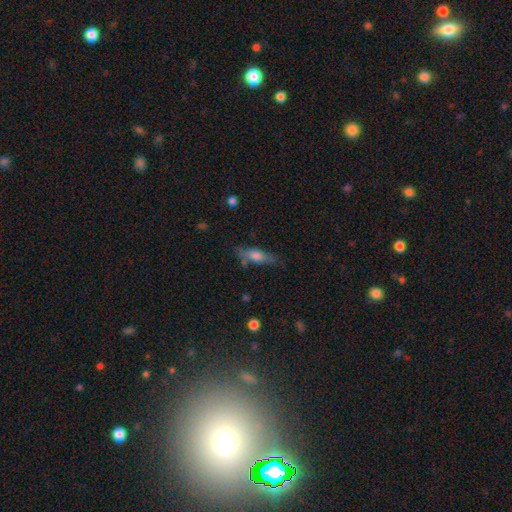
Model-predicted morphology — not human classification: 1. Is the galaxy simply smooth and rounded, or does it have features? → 52% smooth, 39% featured or disk, 9% star or artifact.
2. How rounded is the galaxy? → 55% cigar-shaped, 42% in between, 3% round.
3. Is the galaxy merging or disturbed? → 68% none, 20% minor disturbance, 7% major disturbance, 5% merger.